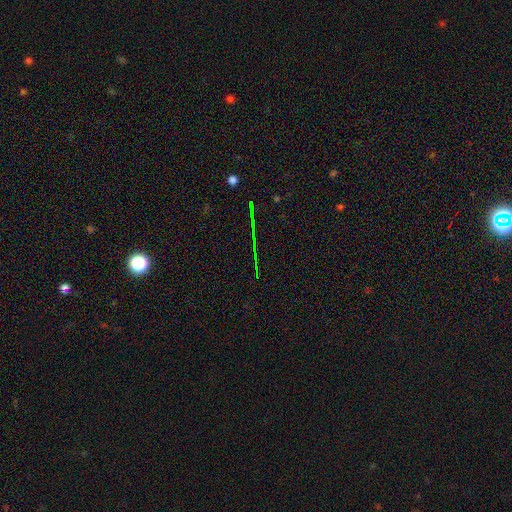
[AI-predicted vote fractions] Smooth or featured: star or artifact — 77% (featured or disk — 12%)